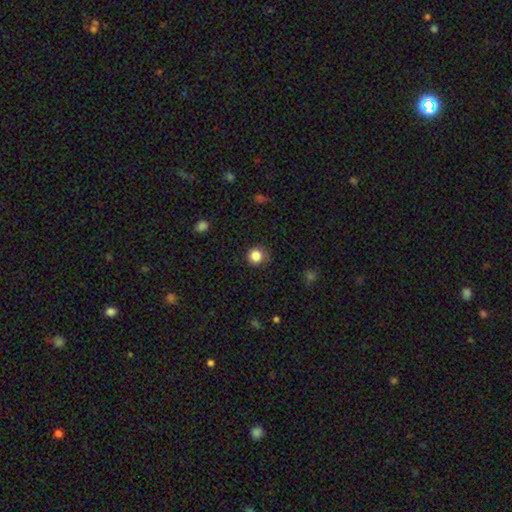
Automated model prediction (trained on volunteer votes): Smooth or featured: smooth — 84% (star or artifact — 11%)
How rounded: round — 93% (in between — 6%)
Merging: none — 80% (minor disturbance — 15%)